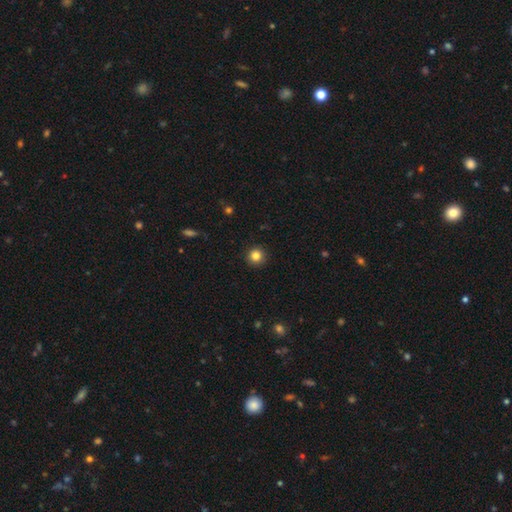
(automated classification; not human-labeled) Morphology: type=smooth (84%); roundness=round (95%); merging=none (92%).